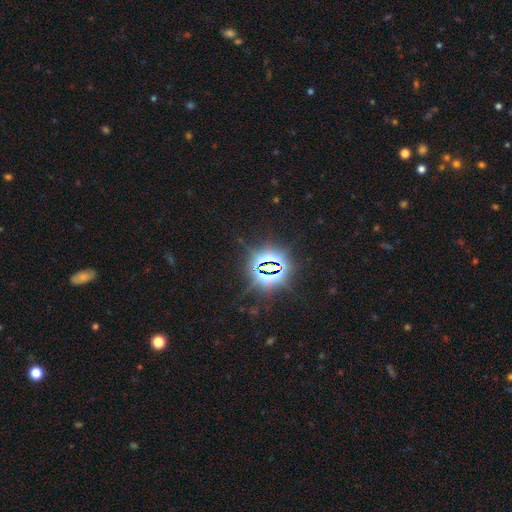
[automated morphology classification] Smooth or featured? star or artifact (83%)